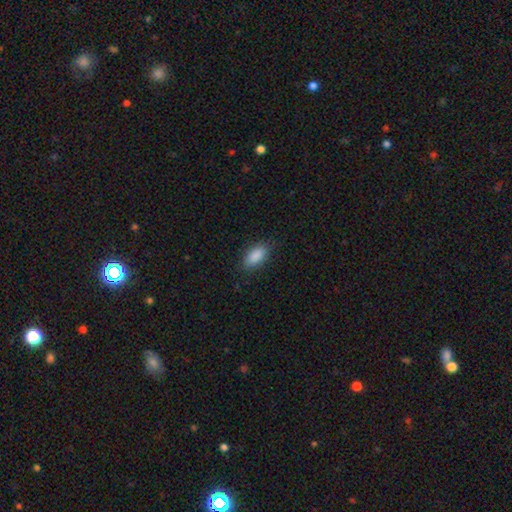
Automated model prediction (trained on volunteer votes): smooth-or-featured: smooth: 89% | star or artifact: 7% | featured or disk: 4%
  how-rounded: in between: 90% | cigar-shaped: 7% | round: 3%
  merging: none: 84% | minor disturbance: 12% | major disturbance: 3% | merger: 1%